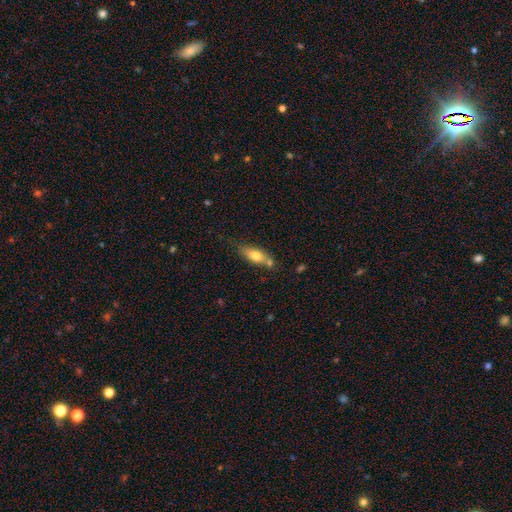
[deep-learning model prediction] A smooth galaxy with no disk features (70%) that is in between round and cigar-shaped (70%).

Vote fractions:
- Smooth or featured? smooth: 70% / featured or disk: 23% / star or artifact: 7%
- How rounded? in between: 70% / cigar-shaped: 26% / round: 4%
- Merging? none: 53% / merger: 21% / minor disturbance: 20% / major disturbance: 5%